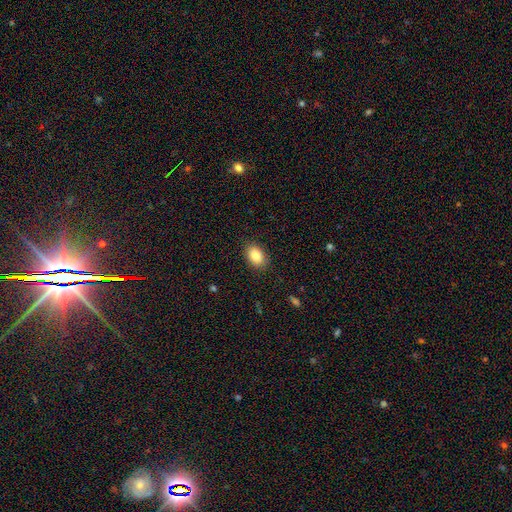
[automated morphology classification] A smooth galaxy with no disk features (86%) that is in between round and cigar-shaped (85%). Merging: none (87%).